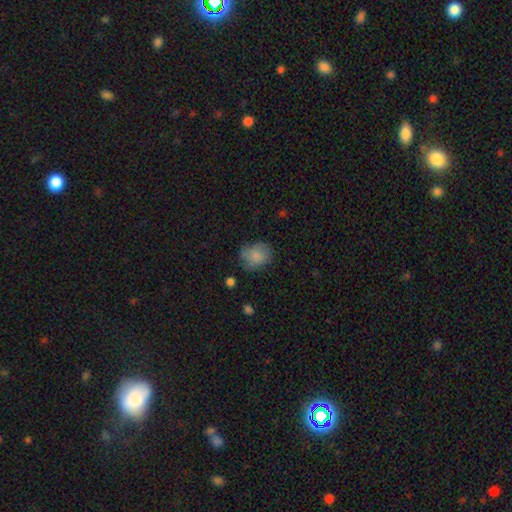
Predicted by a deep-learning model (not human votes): Overall: smooth (81%). How rounded: round (55%; in between 44%). Merging: none (69%).